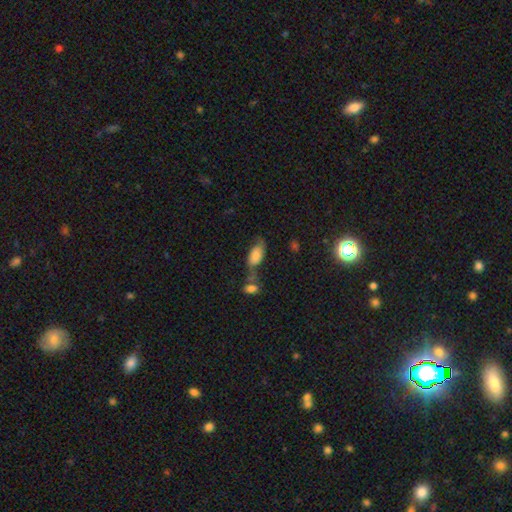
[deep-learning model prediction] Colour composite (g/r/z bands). It shows a smooth galaxy with no disk features (64%) that is in between round and cigar-shaped (90%). Merging: none (38%).